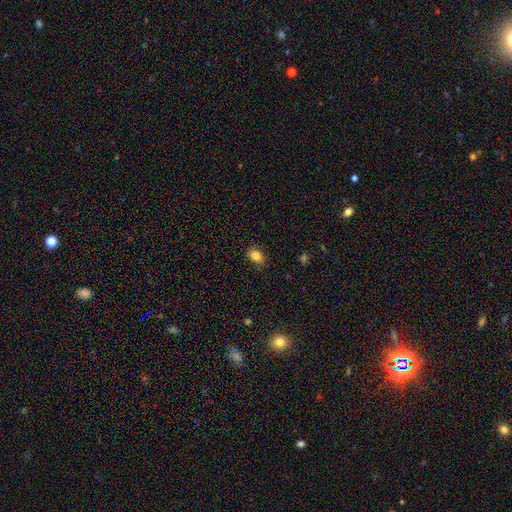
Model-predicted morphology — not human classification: This is clearly a smooth galaxy (85%). How rounded: likely in between (80%). Merging: clearly none (85%).